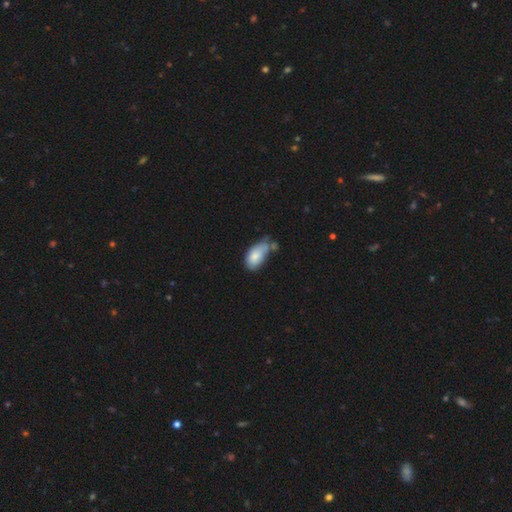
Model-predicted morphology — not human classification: A smooth galaxy with no disk features (79%) that is in between round and cigar-shaped (93%). Merging: minor disturbance (34%).